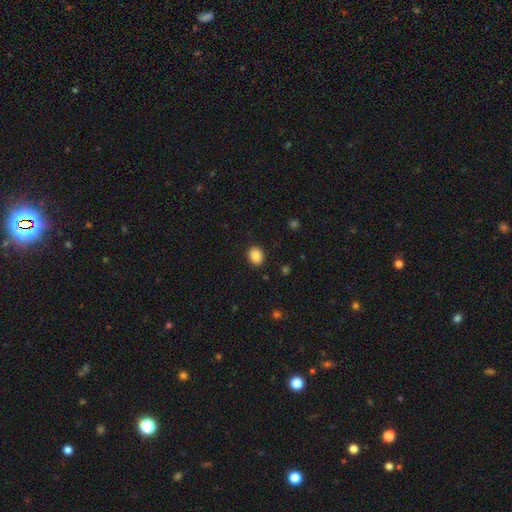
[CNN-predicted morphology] Smooth or featured: smooth — 87% (star or artifact — 9%)
How rounded: round — 53% (in between — 47%)
Merging: none — 89% (minor disturbance — 7%)